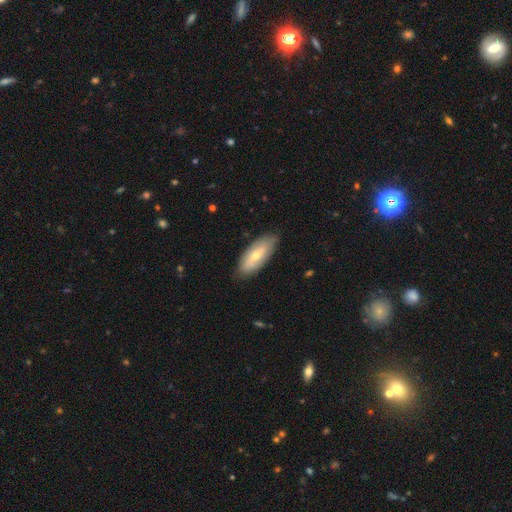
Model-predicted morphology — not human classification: Overall: smooth (58%; featured or disk 36%). How rounded: in between (82%). Merging: none (81%).